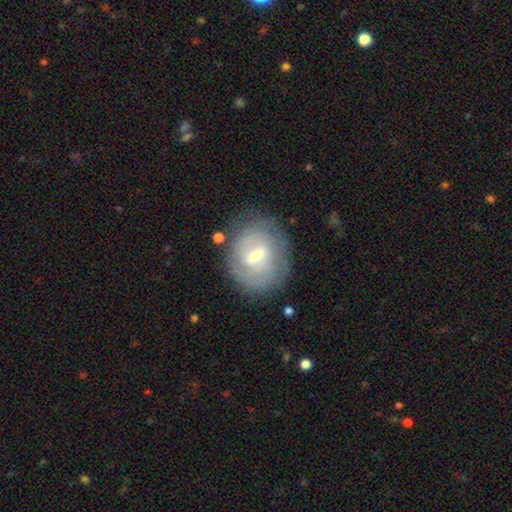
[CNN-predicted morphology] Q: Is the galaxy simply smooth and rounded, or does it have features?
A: featured or disk — 71%.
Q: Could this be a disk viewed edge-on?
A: no — 96%.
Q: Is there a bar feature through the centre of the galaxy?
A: weak — 59%.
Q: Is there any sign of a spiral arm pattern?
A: yes — 78%.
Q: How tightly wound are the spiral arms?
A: tight — 64%.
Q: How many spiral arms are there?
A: can't tell — 45%.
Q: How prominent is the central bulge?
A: small — 54%.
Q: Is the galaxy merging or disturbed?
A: none — 77%.